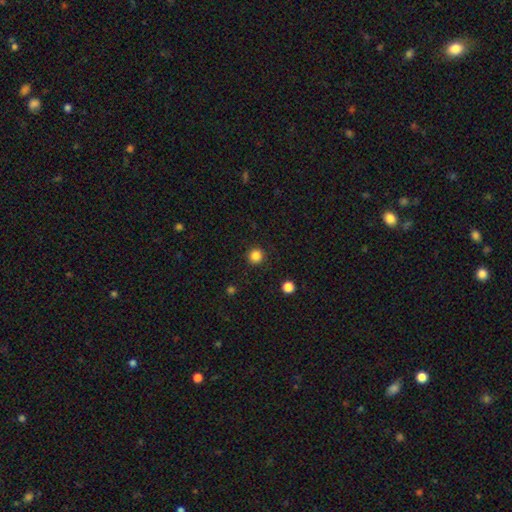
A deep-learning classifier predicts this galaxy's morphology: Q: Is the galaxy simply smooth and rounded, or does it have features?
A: smooth — 85%.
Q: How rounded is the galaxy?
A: round — 95%.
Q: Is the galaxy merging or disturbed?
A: none — 92%.